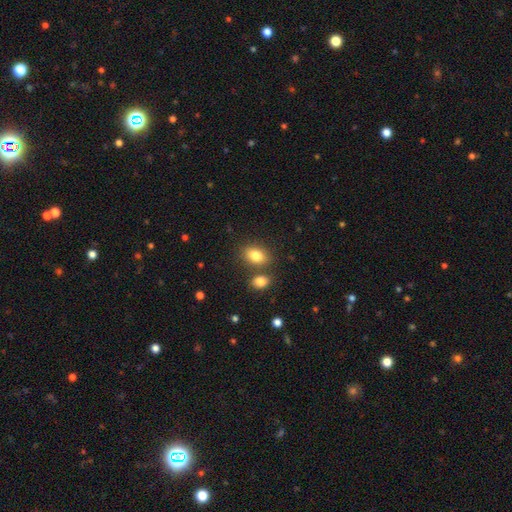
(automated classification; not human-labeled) Morphology: type=smooth (82%); roundness=in between (79%); merging=none (70%).